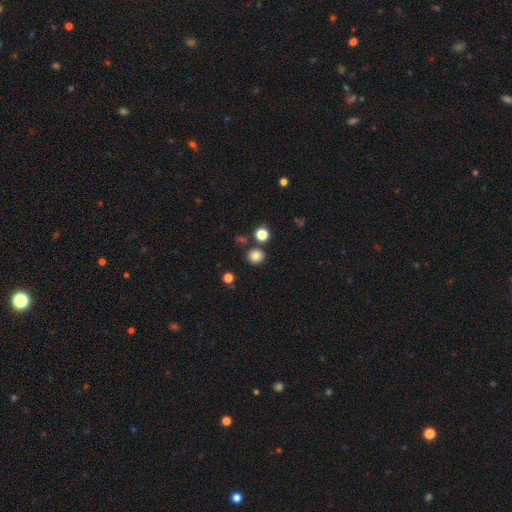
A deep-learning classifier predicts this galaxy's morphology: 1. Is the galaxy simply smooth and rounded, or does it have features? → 82% smooth, 12% star or artifact, 5% featured or disk.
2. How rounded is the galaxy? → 88% round, 11% in between, 1% cigar-shaped.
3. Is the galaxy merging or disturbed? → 83% none, 8% minor disturbance, 7% merger, 3% major disturbance.